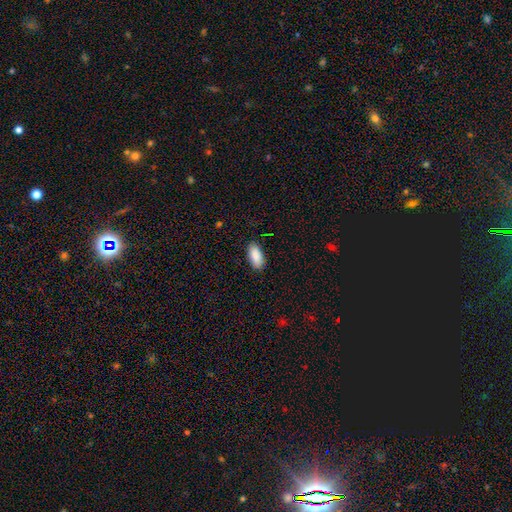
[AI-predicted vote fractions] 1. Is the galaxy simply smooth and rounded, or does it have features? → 90% smooth, 6% star or artifact, 4% featured or disk.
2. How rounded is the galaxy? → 91% in between, 7% cigar-shaped, 2% round.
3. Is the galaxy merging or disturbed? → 87% none, 10% minor disturbance, 2% major disturbance, 1% merger.